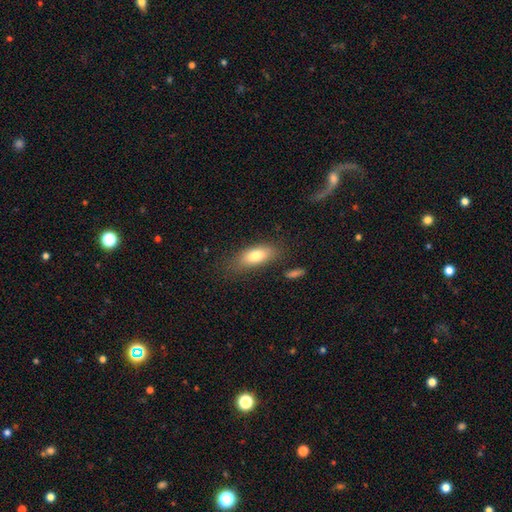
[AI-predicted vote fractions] smooth_or_featured: smooth (p=0.77) [alt: featured or disk p=0.15]
how_rounded: in between (p=0.78) [alt: cigar-shaped p=0.18]
merging: none (p=0.72) [alt: minor disturbance p=0.18]